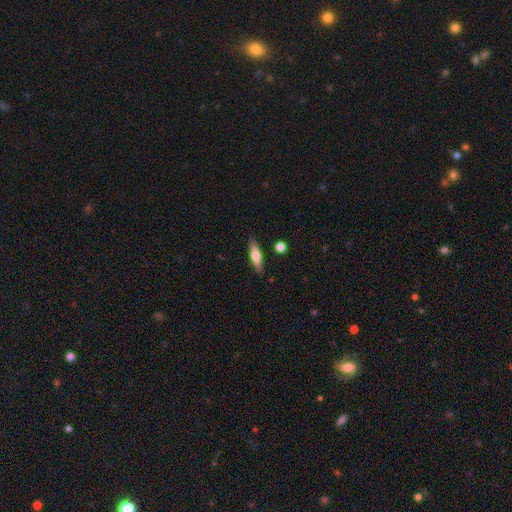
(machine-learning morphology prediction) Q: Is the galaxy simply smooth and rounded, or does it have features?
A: smooth — 56%.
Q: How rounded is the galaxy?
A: cigar-shaped — 65%.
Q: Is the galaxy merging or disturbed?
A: none — 85%.